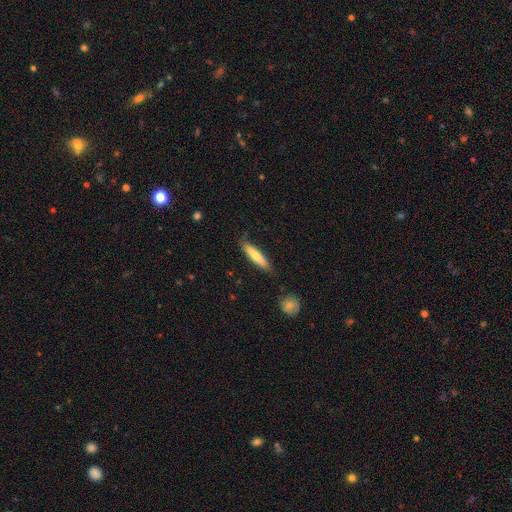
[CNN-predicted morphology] smooth_or_featured: smooth (p=0.66) [alt: featured or disk p=0.28]
how_rounded: cigar-shaped (p=0.80) [alt: in between p=0.19]
merging: none (p=0.82) [alt: minor disturbance p=0.14]